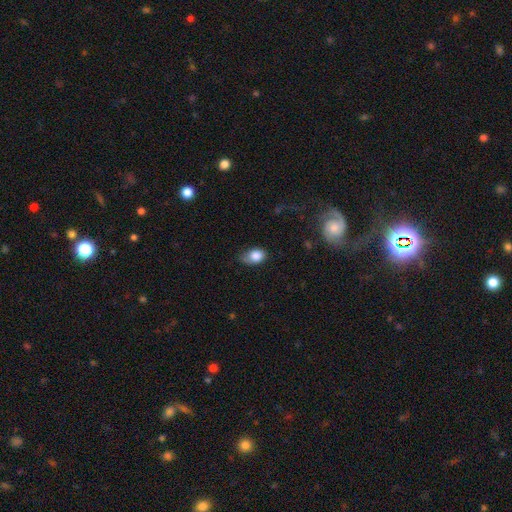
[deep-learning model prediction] This appears to be a smooth galaxy with no disk features (83%) that is in between round and cigar-shaped (76%). Merging: minor disturbance (43%).